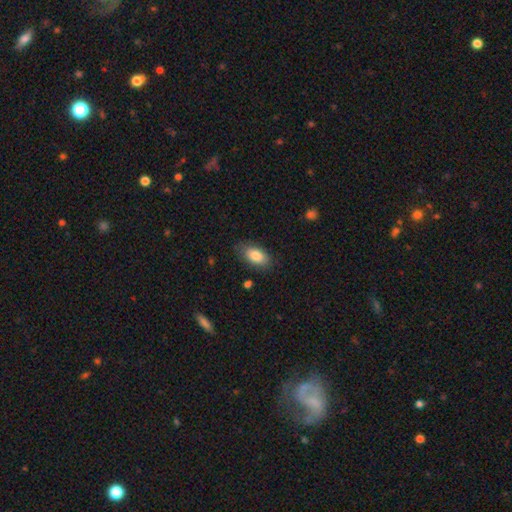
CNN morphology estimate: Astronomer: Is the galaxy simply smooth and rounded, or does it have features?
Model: smooth — 85%.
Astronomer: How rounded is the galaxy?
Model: in between — 92%.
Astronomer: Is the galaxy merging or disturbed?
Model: none — 81%.